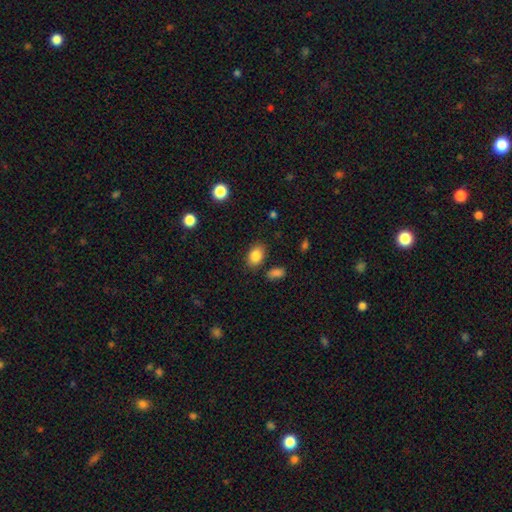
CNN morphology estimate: Overall: smooth (85%). How rounded: in between (82%). Merging: none (81%).